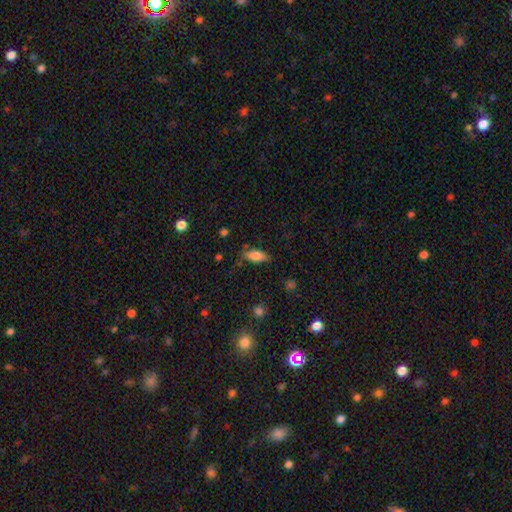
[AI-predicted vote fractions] smooth-or-featured: smooth: 81% | featured or disk: 11% | star or artifact: 8%
  how-rounded: in between: 82% | cigar-shaped: 16% | round: 3%
  merging: none: 74% | minor disturbance: 19% | major disturbance: 5% | merger: 2%